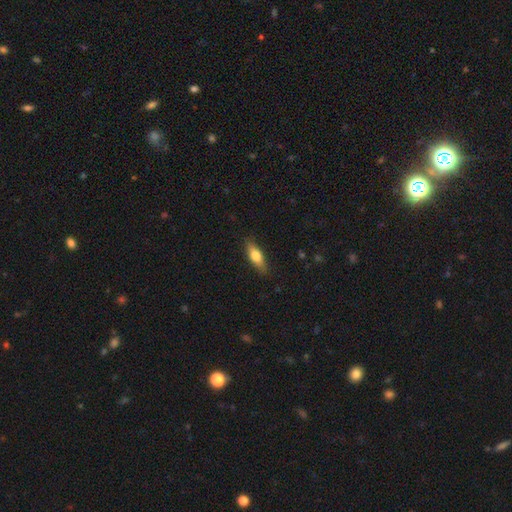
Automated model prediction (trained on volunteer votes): smooth-or-featured: smooth: 71% | featured or disk: 23% | star or artifact: 6%
  how-rounded: in between: 60% | cigar-shaped: 37% | round: 3%
  merging: none: 85% | minor disturbance: 12% | major disturbance: 3% | merger: 1%